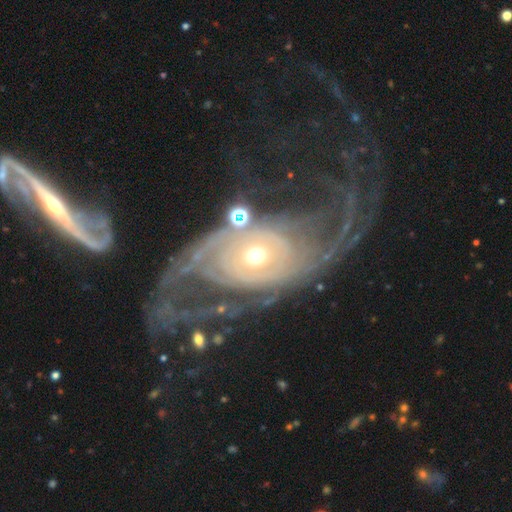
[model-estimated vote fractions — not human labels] Q: Smooth or featured?
A: featured or disk (86%); runner-up: smooth (8%)
Q: Edge-on disk?
A: no (96%); runner-up: yes (4%)
Q: Bar?
A: no (79%); runner-up: weak (14%)
Q: Spiral arms?
A: yes (88%); runner-up: no (12%)
Q: Spiral winding?
A: tight (60%); runner-up: medium (26%)
Q: Spiral arm count?
A: 2 (35%); runner-up: can't tell (26%)
Q: Bulge size?
A: moderate (49%); runner-up: small (45%)
Q: Merging?
A: none (52%); runner-up: major disturbance (27%)